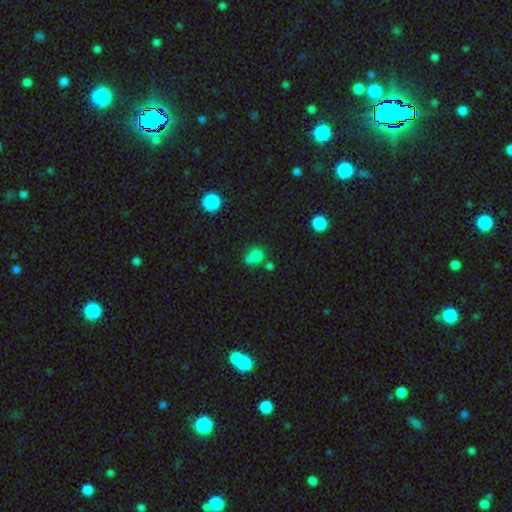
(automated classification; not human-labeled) Smooth or featured?
  - smooth: 74% *
  - star or artifact: 16%
  - featured or disk: 10%
How rounded?
  - round: 81% *
  - in between: 18%
  - cigar-shaped: 1%
Merging?
  - none: 49% *
  - merger: 32%
  - minor disturbance: 13%
  - major disturbance: 6%